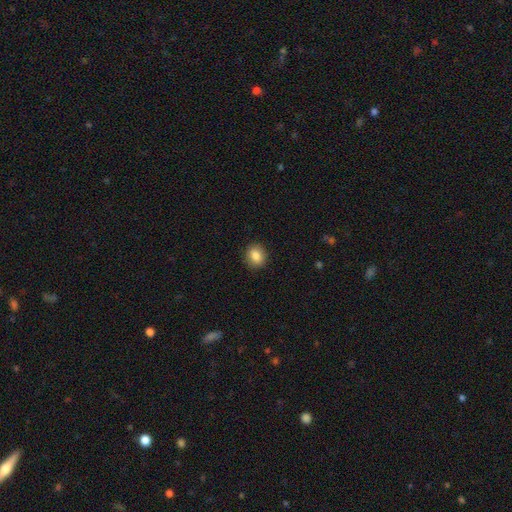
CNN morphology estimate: The model was most divided on "how rounded": round: 65%, in between: 34%, cigar-shaped: 1%. More confident: merging — none (90%); smooth or featured — smooth (85%).